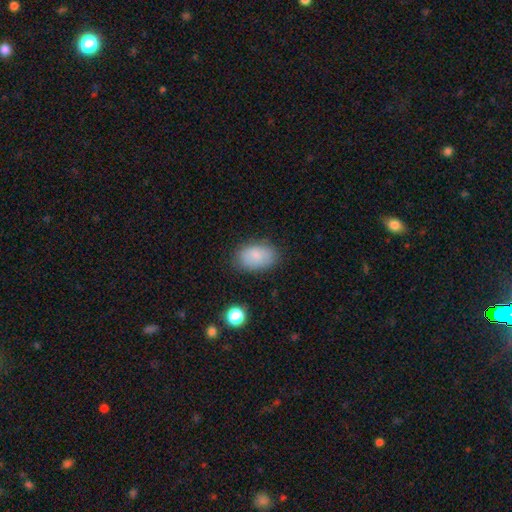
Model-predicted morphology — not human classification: This appears to be a smooth galaxy with no disk features (83%) that is in between round and cigar-shaped (89%). Merging: none (79%).